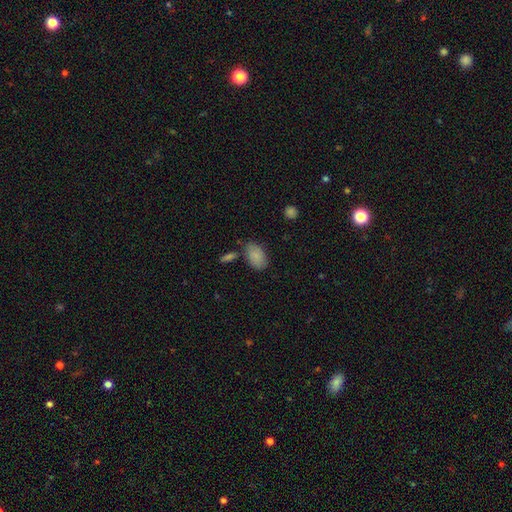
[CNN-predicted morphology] type=smooth (84%); roundness=in between (92%); merging=none (71%).